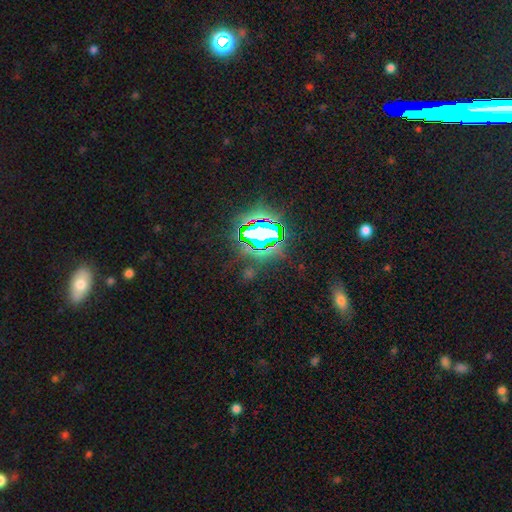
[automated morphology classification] Smooth or featured? star or artifact (80%)